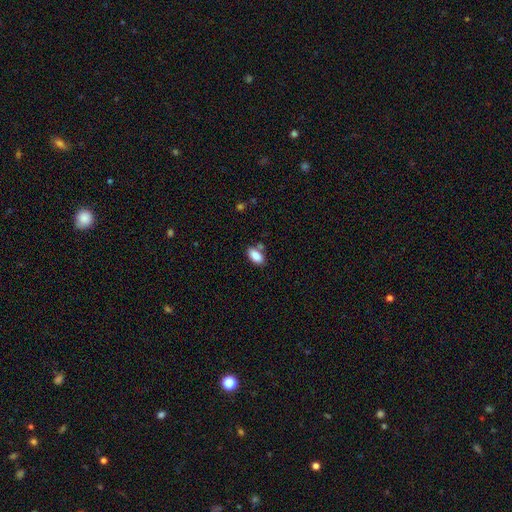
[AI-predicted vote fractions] Morphology: type=smooth (88%); roundness=in between (92%); merging=none (71%).